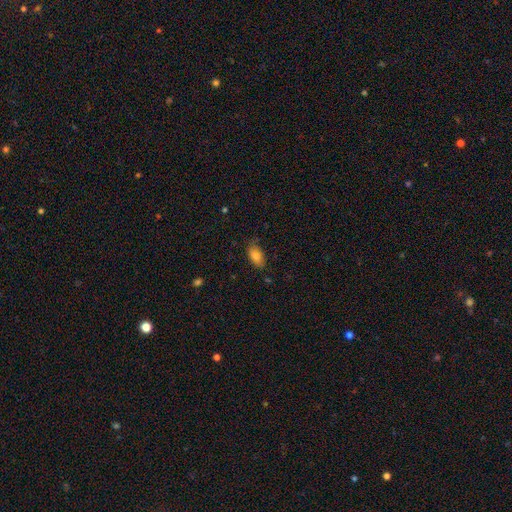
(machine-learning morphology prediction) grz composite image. It shows a smooth galaxy with no disk features (82%) that is in between round and cigar-shaped (90%). Merging: none (74%).